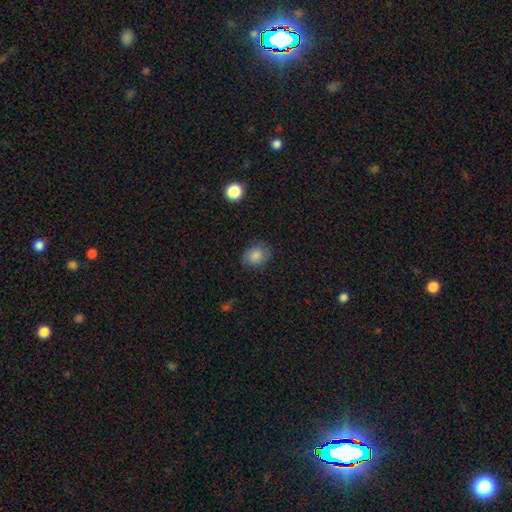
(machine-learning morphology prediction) Overall: smooth (81%). How rounded: in between (51%; round 48%). Merging: none (76%).